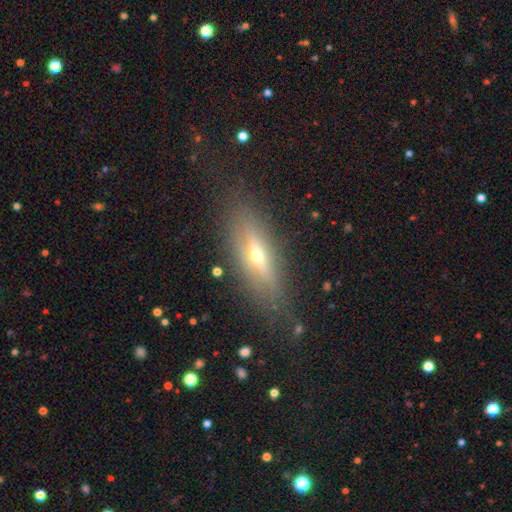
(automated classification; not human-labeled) Overall: featured or disk (57%; smooth 32%). Edge-on disk: yes (83%). Merging: none (80%).